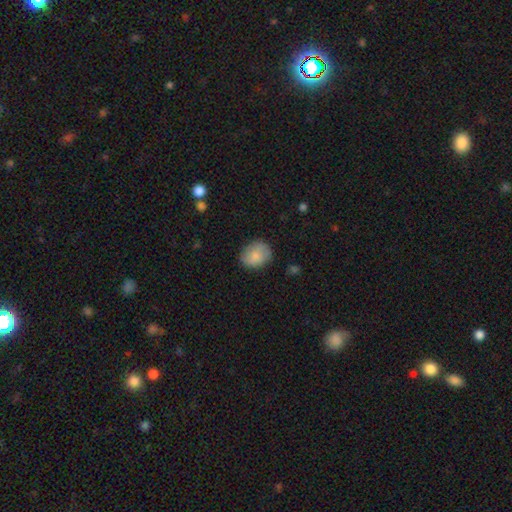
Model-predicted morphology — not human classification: Overall: smooth (82%). How rounded: in between (53%; round 46%). Merging: none (78%).